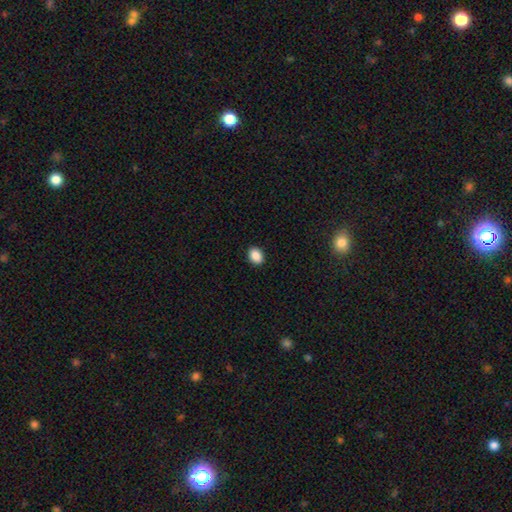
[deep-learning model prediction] Morphology: type=smooth (89%); roundness=in between (70%); merging=none (91%).